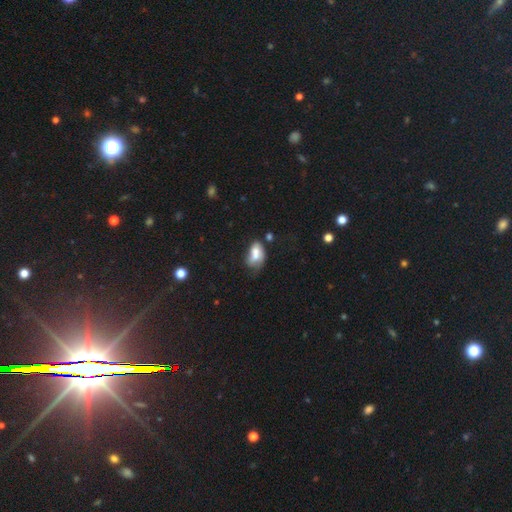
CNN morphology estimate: Smooth or featured? Predicted: smooth (p=0.65). How rounded? Predicted: in between (p=0.86). Merging? Predicted: merger (p=0.29).